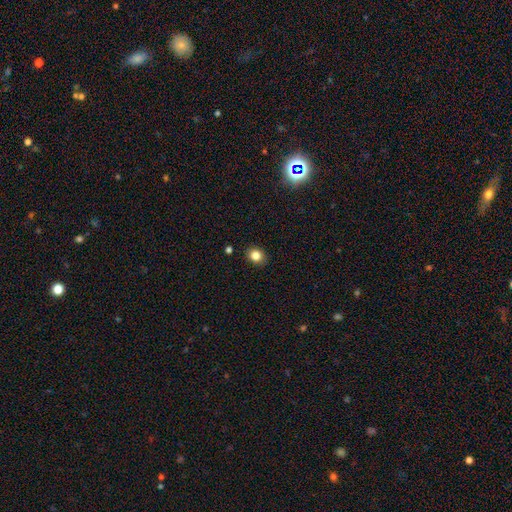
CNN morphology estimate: Smooth or featured: smooth — 82% (star or artifact — 11%)
How rounded: round — 58% (in between — 41%)
Merging: none — 89% (minor disturbance — 7%)